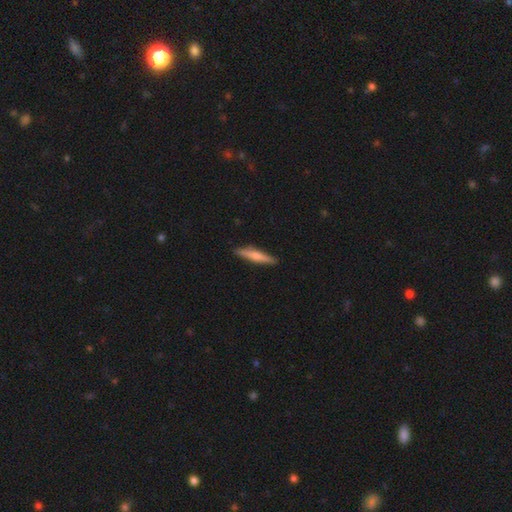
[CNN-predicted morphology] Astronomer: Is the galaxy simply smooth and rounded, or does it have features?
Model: smooth — 58% (runner-up: featured or disk, 37%).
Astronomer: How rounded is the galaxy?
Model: cigar-shaped — 90%.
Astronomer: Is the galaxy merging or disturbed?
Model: none — 90%.